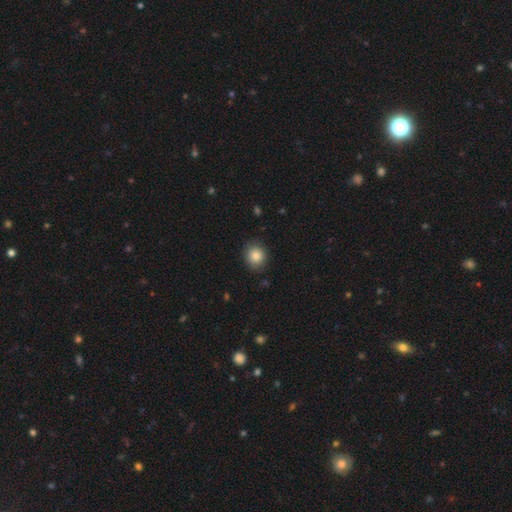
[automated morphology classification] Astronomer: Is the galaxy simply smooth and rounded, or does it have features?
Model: smooth — 84%.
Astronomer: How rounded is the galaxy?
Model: round — 78%.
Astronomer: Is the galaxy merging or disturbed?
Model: none — 85%.